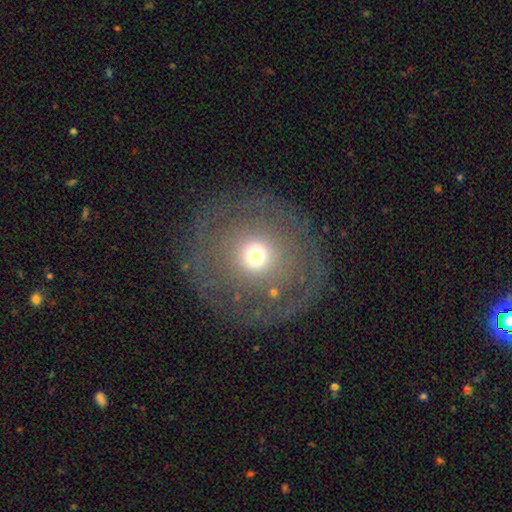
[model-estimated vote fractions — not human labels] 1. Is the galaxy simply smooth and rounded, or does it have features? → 52% featured or disk, 32% smooth, 16% star or artifact.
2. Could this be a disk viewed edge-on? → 95% no, 5% yes.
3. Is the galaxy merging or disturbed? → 70% none, 15% major disturbance, 13% minor disturbance, 3% merger.